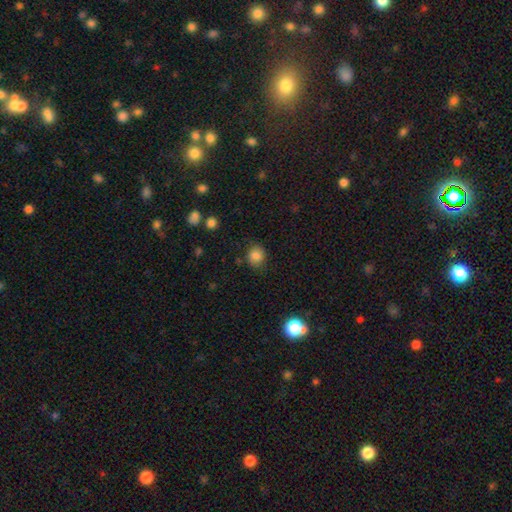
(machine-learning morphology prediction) type=smooth (84%); roundness=round (78%); merging=none (80%).